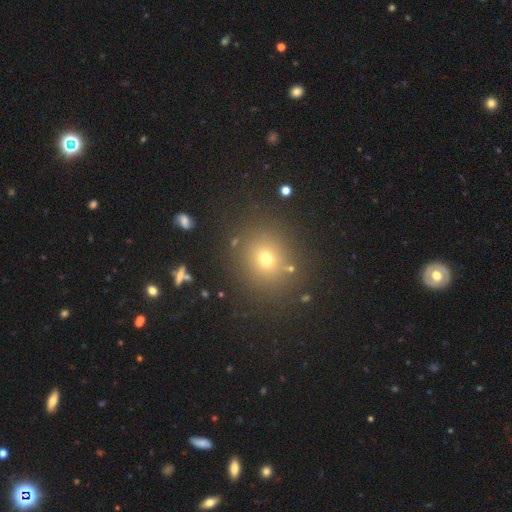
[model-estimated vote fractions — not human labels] Q: Smooth or featured?
A: smooth (56%); runner-up: star or artifact (36%)
Q: How rounded?
A: round (83%); runner-up: in between (16%)
Q: Merging?
A: none (88%); runner-up: minor disturbance (7%)